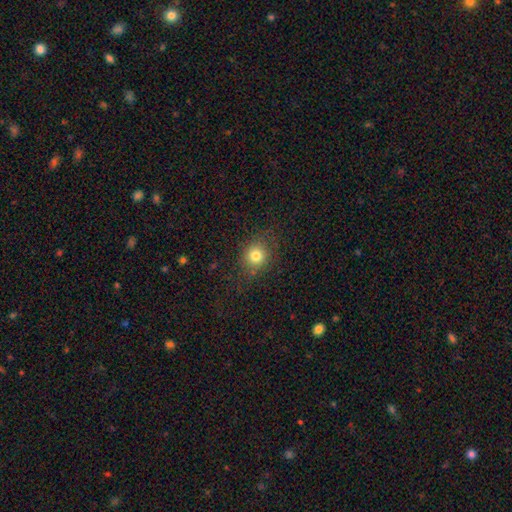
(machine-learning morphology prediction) Overall: smooth (79%). How rounded: round (81%). Merging: none (82%).